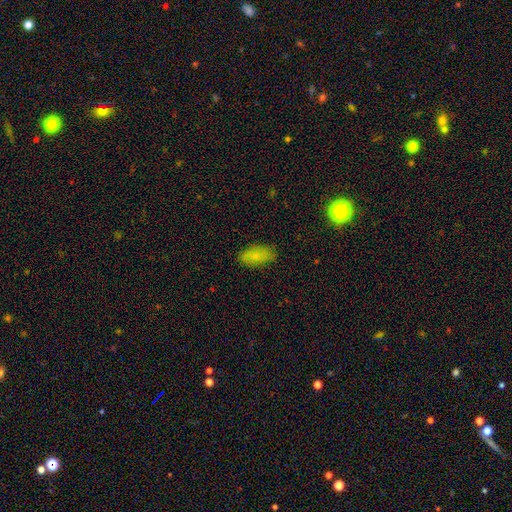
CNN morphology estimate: smooth 80%, featured or disk 10%, star or artifact 9%. Down the decision tree: how rounded — in between (91%); merging — none (82%).